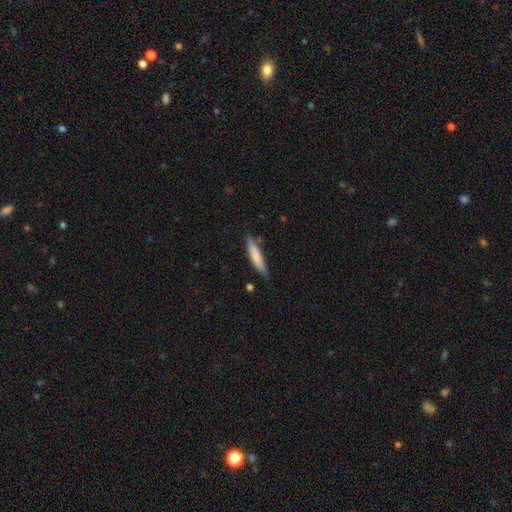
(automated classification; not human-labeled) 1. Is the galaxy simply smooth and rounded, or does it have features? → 74% smooth, 21% featured or disk, 6% star or artifact.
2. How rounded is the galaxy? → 84% cigar-shaped, 14% in between, 1% round.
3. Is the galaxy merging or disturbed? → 76% none, 18% minor disturbance, 3% merger, 3% major disturbance.